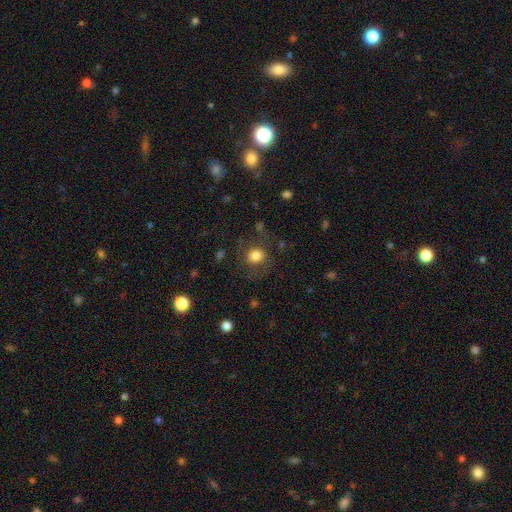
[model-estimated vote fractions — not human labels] Overall: smooth (80%). How rounded: round (79%). Merging: none (75%).